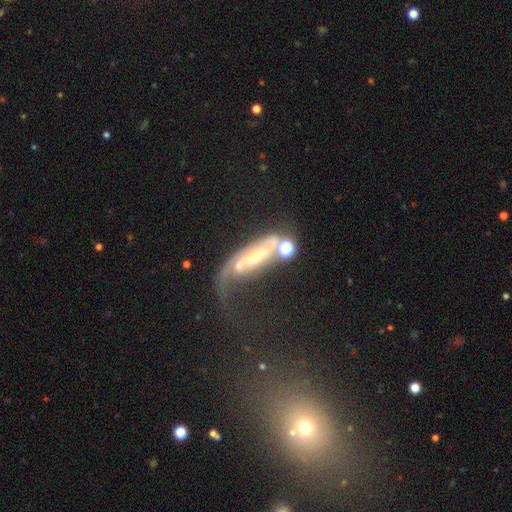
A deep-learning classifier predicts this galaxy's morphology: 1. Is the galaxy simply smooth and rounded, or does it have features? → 69% featured or disk, 20% smooth, 11% star or artifact.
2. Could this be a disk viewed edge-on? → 77% no, 23% yes.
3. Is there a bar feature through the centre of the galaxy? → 44% no, 31% weak, 25% strong.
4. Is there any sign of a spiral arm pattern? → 77% yes, 23% no.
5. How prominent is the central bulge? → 54% small, 33% moderate, 7% none, 4% large, 2% dominant.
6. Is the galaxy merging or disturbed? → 36% major disturbance, 24% merger, 24% none, 16% minor disturbance.